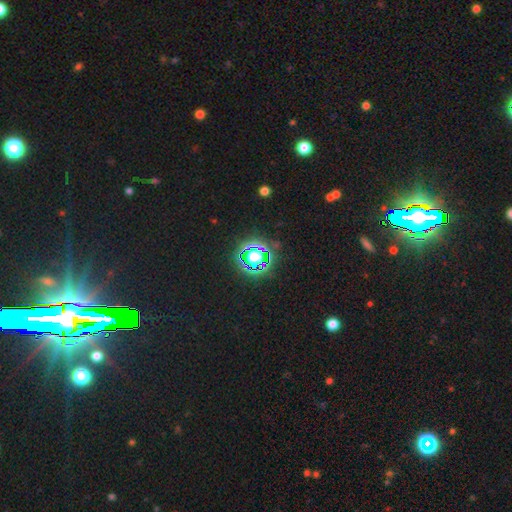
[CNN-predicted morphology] This is likely a star or artifact rather than a galaxy (64%).